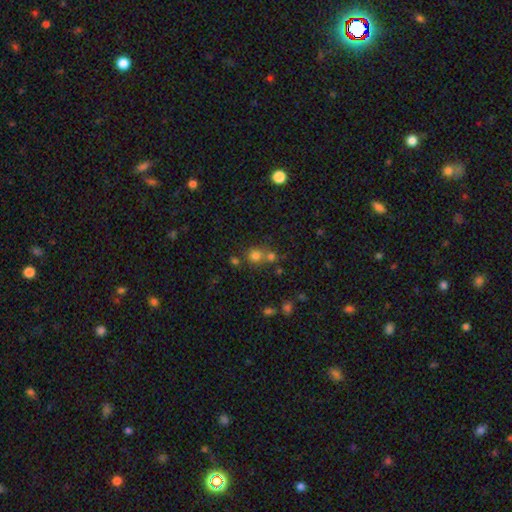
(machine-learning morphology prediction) A smooth galaxy with no disk features (73%) that is round (87%). Merging: none (55%).